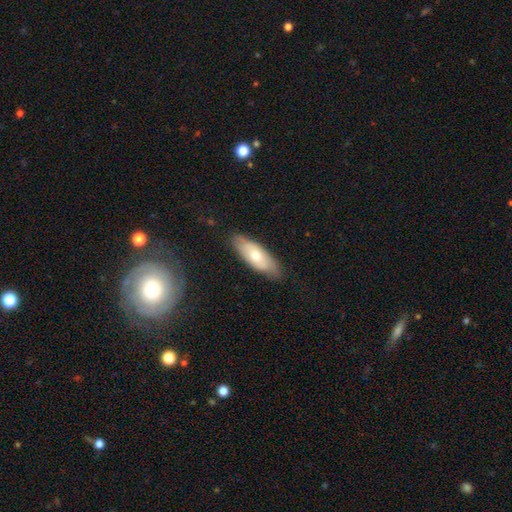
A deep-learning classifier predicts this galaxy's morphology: Overall: smooth (56%; featured or disk 38%). How rounded: in between (73%). Merging: none (82%).